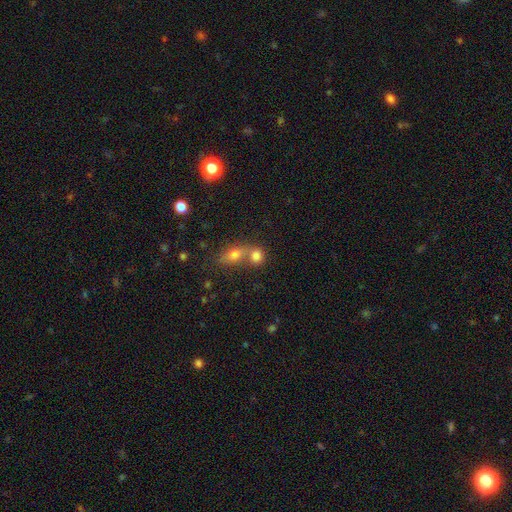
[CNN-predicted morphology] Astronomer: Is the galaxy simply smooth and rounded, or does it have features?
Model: smooth — 80%.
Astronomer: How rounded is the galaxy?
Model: round — 54% (runner-up: in between, 43%).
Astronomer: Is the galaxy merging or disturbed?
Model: merger — 52% (runner-up: none, 37%).